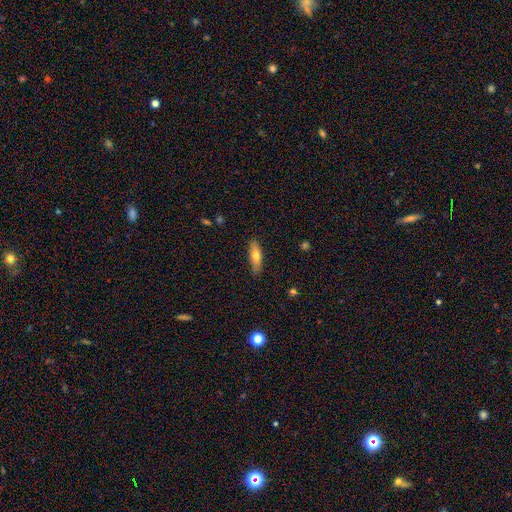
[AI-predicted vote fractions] A smooth galaxy with no disk features (66%) that is cigar-shaped (58%). Merging: none (85%).